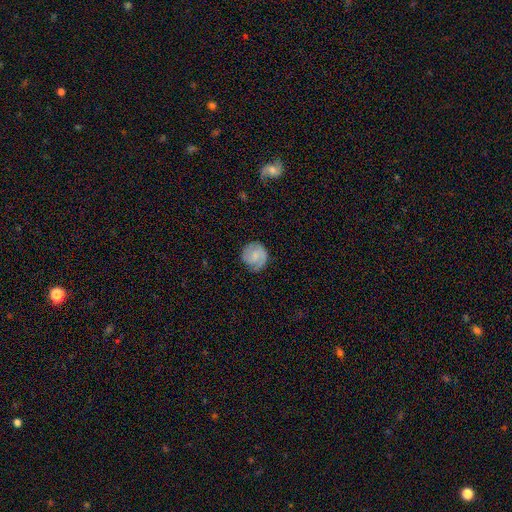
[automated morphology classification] Q: Smooth or featured?
A: smooth (48%); runner-up: featured or disk (45%)
Q: Merging?
A: none (73%); runner-up: minor disturbance (19%)